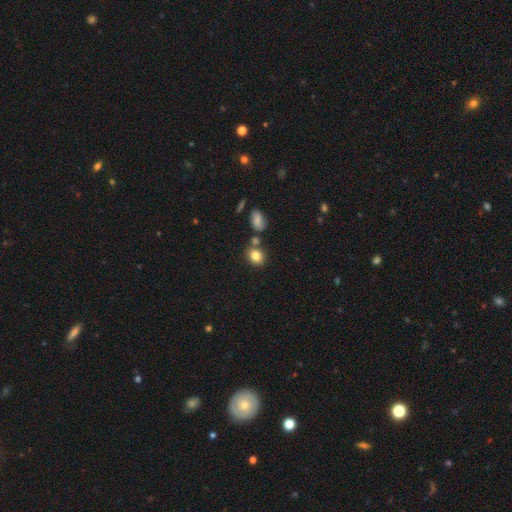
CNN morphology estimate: The model was most divided on "how rounded": round: 61%, in between: 38%, cigar-shaped: 1%. More confident: smooth or featured — smooth (82%); merging — none (68%).